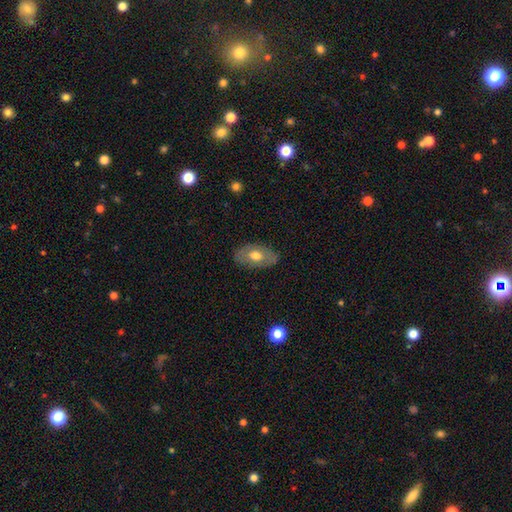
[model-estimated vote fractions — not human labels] smooth 60%, featured or disk 34%, star or artifact 6%. Down the decision tree: how rounded — in between (92%); merging — none (81%).